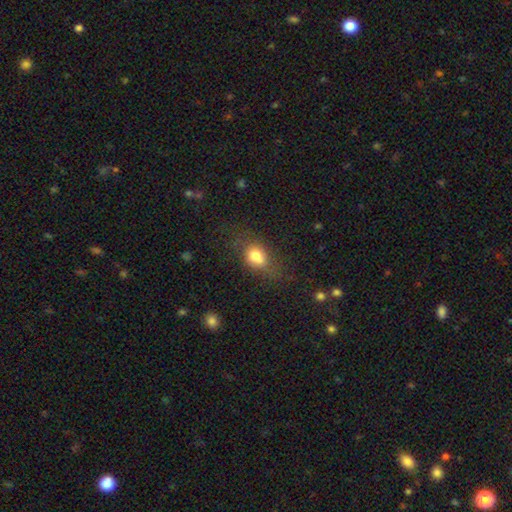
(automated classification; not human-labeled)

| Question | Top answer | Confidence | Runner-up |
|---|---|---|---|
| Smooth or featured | smooth | 76% | featured or disk (13%) |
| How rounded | in between | 69% | round (29%) |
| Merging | none | 51% | minor disturbance (25%) |